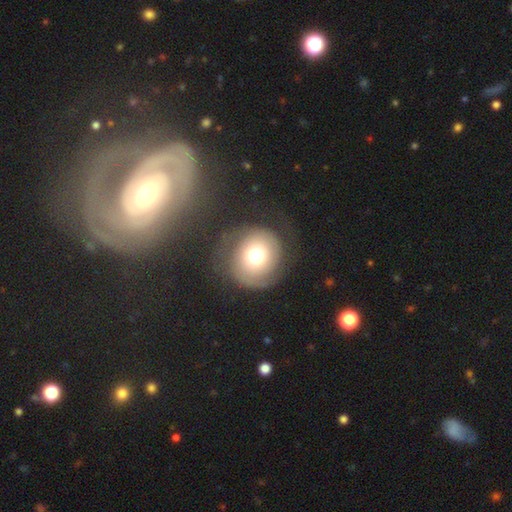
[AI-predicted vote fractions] A smooth galaxy with no disk features (58%) that is round (88%). Merging: none (61%).